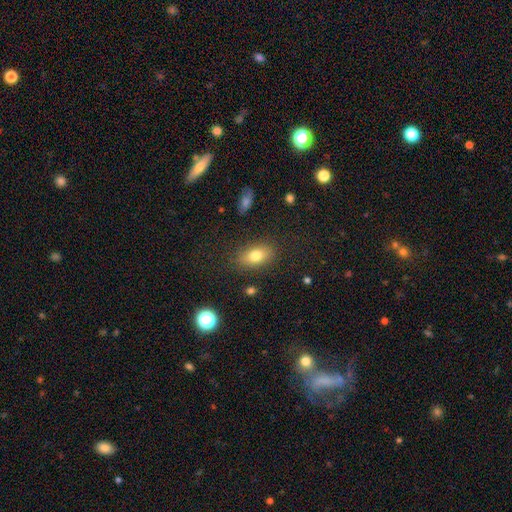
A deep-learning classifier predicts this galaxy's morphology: Overall: smooth (78%). How rounded: in between (86%). Merging: none (84%).